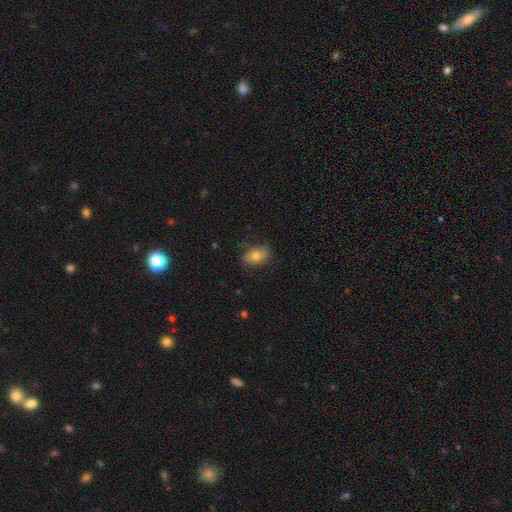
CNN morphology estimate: smooth 77%, featured or disk 15%, star or artifact 8%. Down the decision tree: how rounded — in between (85%); merging — none (73%).